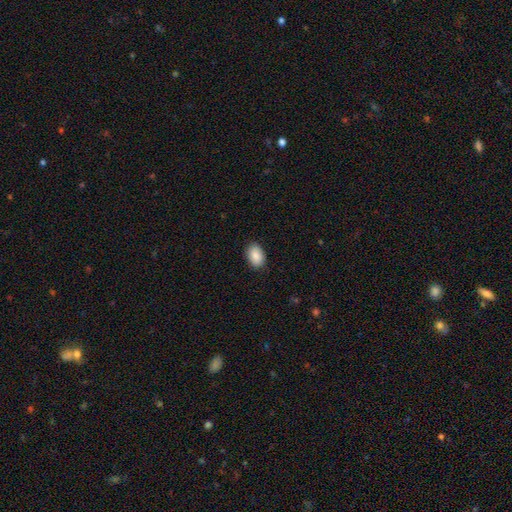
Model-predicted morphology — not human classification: A smooth galaxy with no disk features (88%) that is in between round and cigar-shaped (86%).

Vote fractions:
- Smooth or featured? smooth: 88% / star or artifact: 7% / featured or disk: 5%
- How rounded? in between: 86% / round: 13% / cigar-shaped: 1%
- Merging? none: 87% / minor disturbance: 10% / major disturbance: 2% / merger: 1%